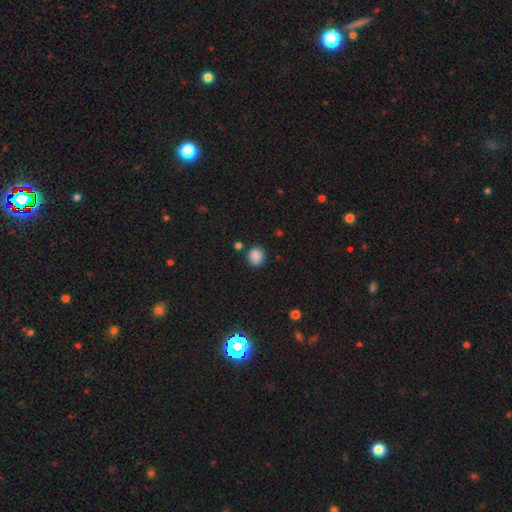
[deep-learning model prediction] Smooth or featured?
  - smooth: 87% *
  - star or artifact: 10%
  - featured or disk: 3%
How rounded?
  - round: 79% *
  - in between: 20%
  - cigar-shaped: 1%
Merging?
  - none: 83% *
  - minor disturbance: 10%
  - merger: 4%
  - major disturbance: 3%